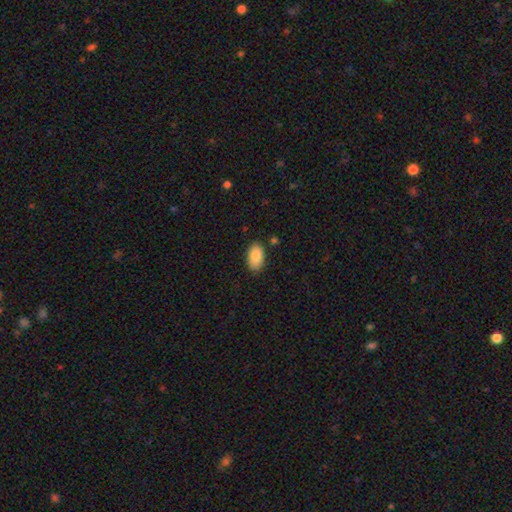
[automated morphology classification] The model was most divided on "merging": none: 84%, minor disturbance: 12%, major disturbance: 2%, merger: 2%. More confident: how rounded — in between (94%); smooth or featured — smooth (86%).